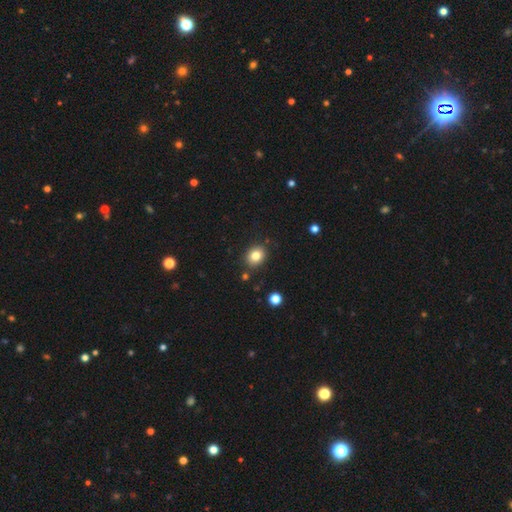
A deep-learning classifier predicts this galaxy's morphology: Smooth or featured?
  - smooth: 81% *
  - star or artifact: 11%
  - featured or disk: 8%
How rounded?
  - round: 59% *
  - in between: 40%
  - cigar-shaped: 1%
Merging?
  - none: 85% *
  - minor disturbance: 10%
  - merger: 3%
  - major disturbance: 2%